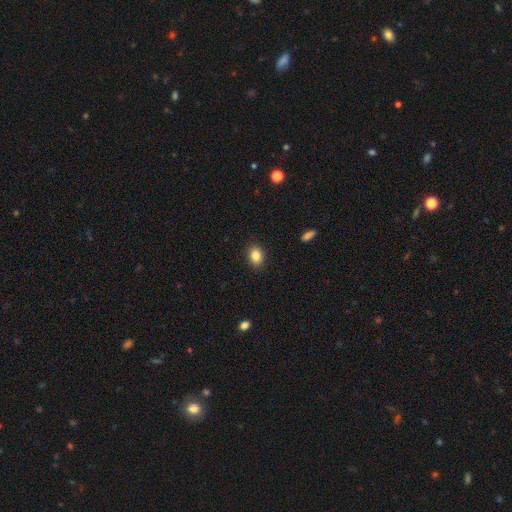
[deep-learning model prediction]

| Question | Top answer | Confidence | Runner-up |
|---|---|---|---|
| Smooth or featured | smooth | 85% | star or artifact (9%) |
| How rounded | in between | 69% | round (30%) |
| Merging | none | 89% | minor disturbance (8%) |